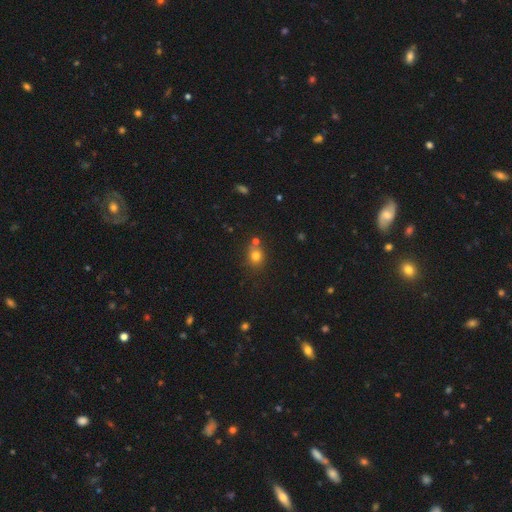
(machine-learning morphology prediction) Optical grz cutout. It shows a smooth galaxy with no disk features (77%) that is round (71%). Merging: none (66%).